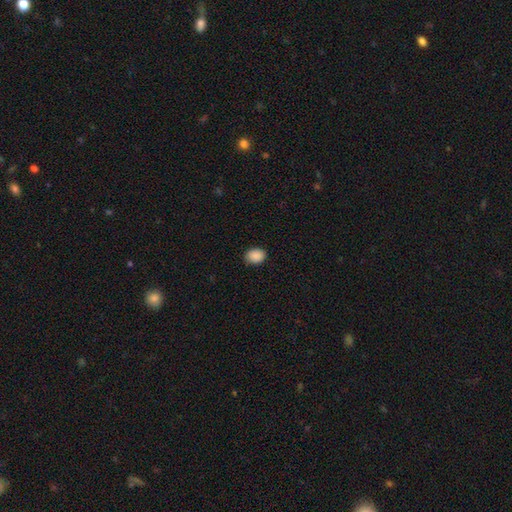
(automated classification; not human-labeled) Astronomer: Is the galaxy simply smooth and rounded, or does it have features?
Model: smooth — 89%.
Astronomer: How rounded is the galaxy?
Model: in between — 59% (runner-up: round, 40%).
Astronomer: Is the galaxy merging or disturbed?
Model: none — 82%.